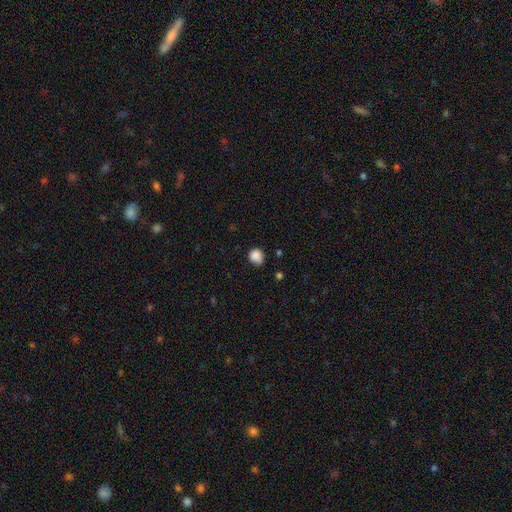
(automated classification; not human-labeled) Overall: smooth (86%). How rounded: round (75%). Merging: none (66%; minor disturbance 27%).